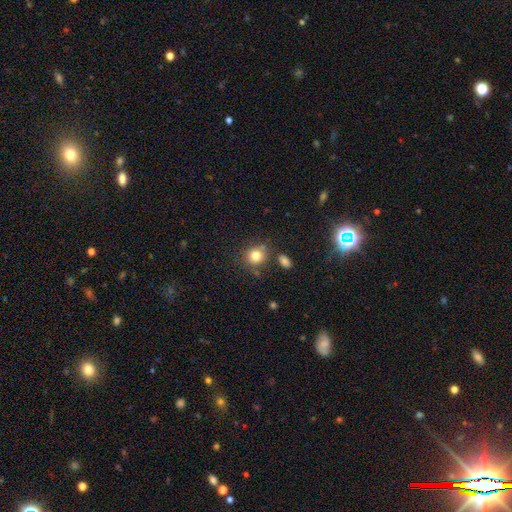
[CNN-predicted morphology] smooth 80%, star or artifact 12%, featured or disk 8%. Down the decision tree: how rounded — round (83%); merging — none (74%).